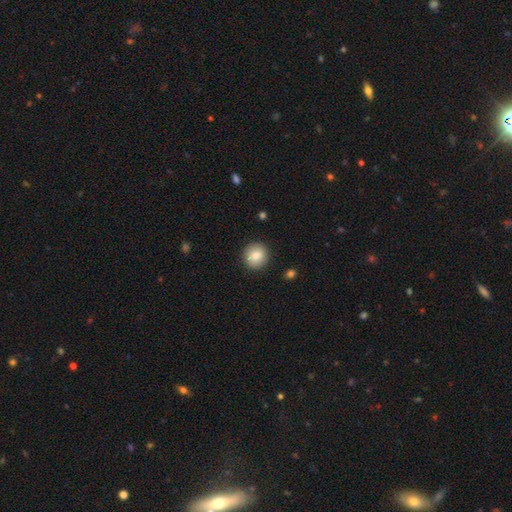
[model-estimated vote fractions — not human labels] Smooth or featured? smooth (84%)
How rounded? round (91%)
Merging? none (91%)